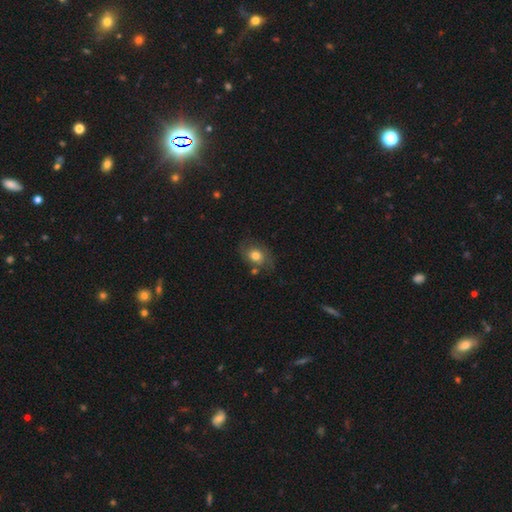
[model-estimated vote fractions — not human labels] The model was most divided on "how rounded": in between: 59%, round: 40%, cigar-shaped: 1%. More confident: merging — none (62%); smooth or featured — smooth (60%).